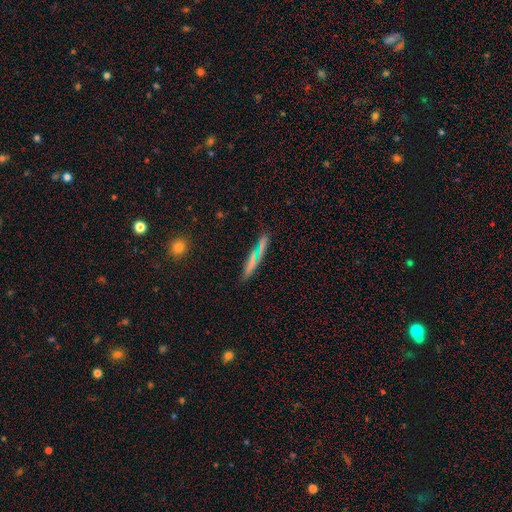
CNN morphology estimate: This appears to be a smooth galaxy with no disk features (58%) that is cigar-shaped (91%). Merging: none (80%).